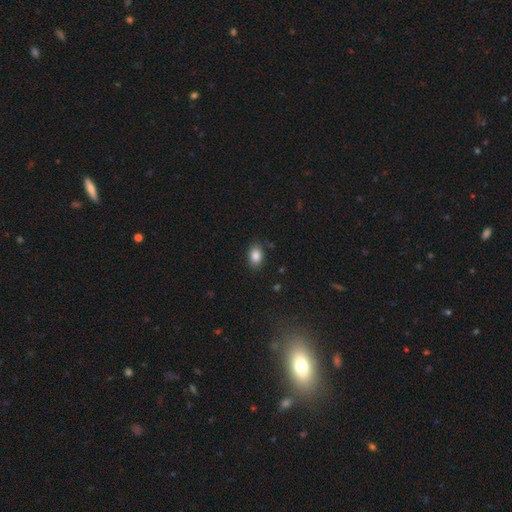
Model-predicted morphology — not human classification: type=smooth (85%); roundness=in between (79%); merging=none (84%).